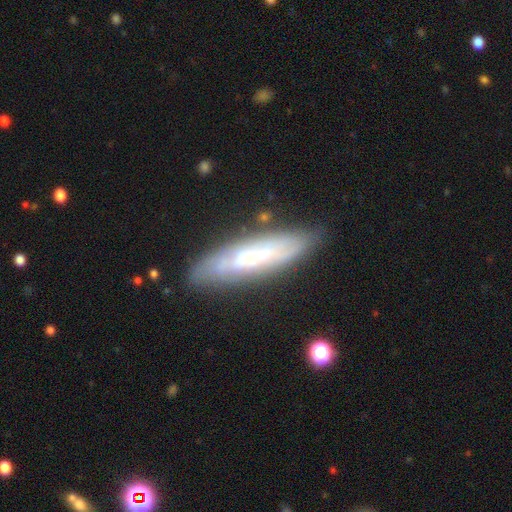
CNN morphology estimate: Smooth or featured: featured or disk — 50% (smooth — 42%)
Edge-on disk: no — 53% (yes — 47%)
Merging: none — 75% (minor disturbance — 17%)